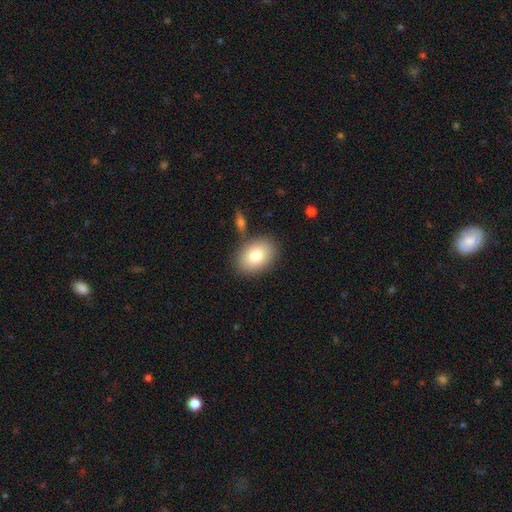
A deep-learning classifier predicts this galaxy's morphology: smooth-or-featured: smooth: 80% | featured or disk: 12% | star or artifact: 8%
  how-rounded: in between: 79% | round: 20% | cigar-shaped: 1%
  merging: none: 82% | minor disturbance: 10% | merger: 6% | major disturbance: 3%